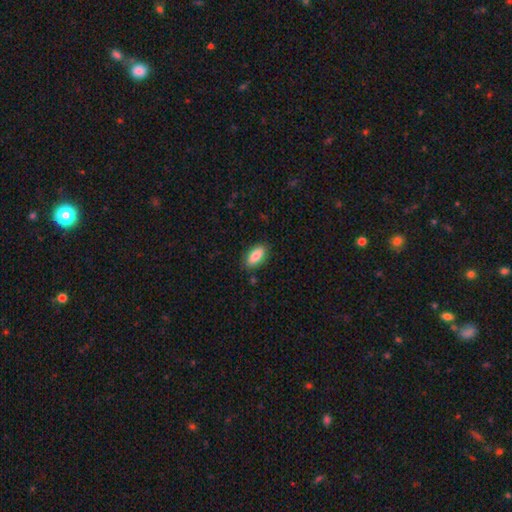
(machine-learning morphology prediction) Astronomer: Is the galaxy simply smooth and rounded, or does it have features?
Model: smooth — 84%.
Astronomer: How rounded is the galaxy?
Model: in between — 88%.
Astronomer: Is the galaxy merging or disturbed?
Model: none — 85%.